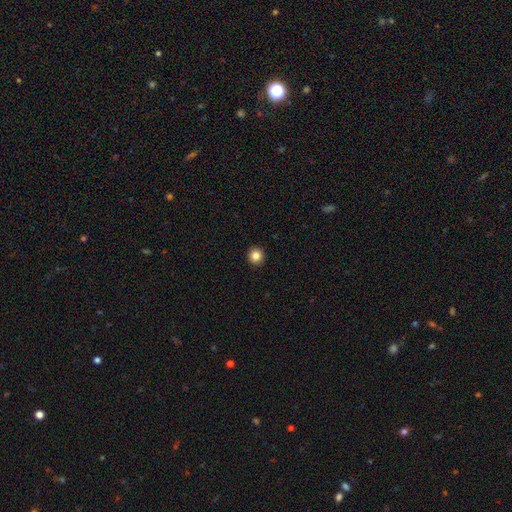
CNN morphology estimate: Smooth or featured? smooth (85%)
How rounded? round (93%)
Merging? none (93%)